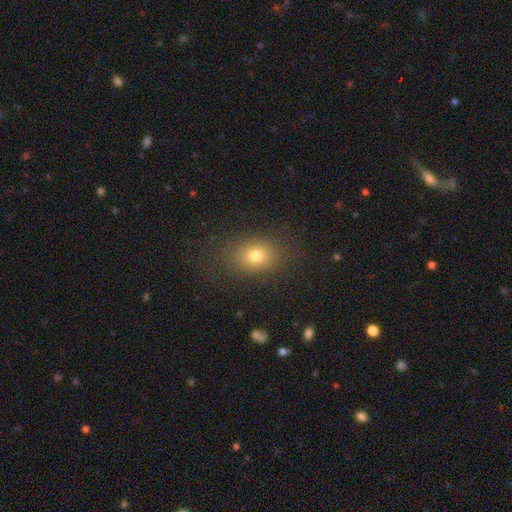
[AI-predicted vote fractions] This is likely a smooth galaxy (73%). How rounded: likely in between (61%). Merging: clearly none (82%).